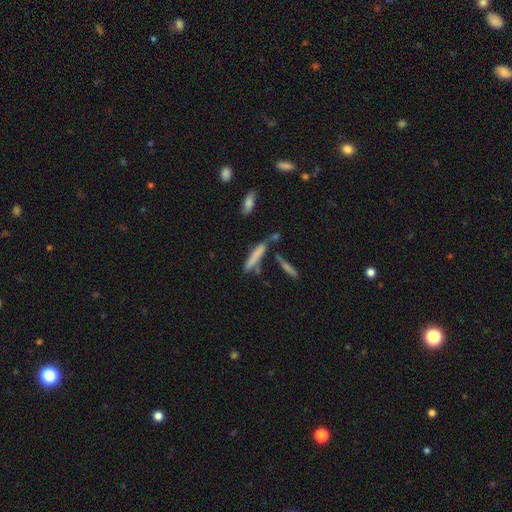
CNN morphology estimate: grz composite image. It shows a smooth galaxy with no disk features (70%) that is cigar-shaped (87%). Merging: none (62%).